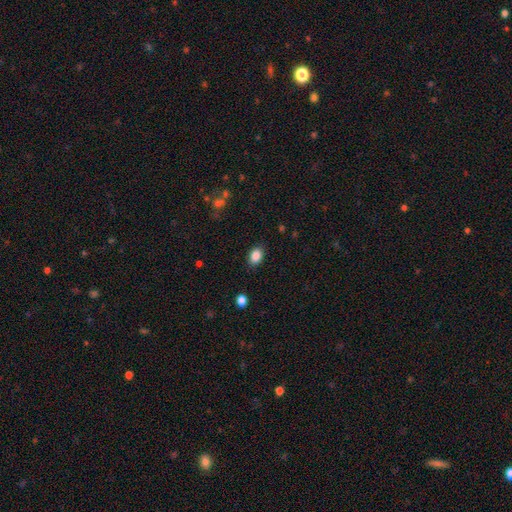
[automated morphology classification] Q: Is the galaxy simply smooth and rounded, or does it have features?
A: smooth — 87%.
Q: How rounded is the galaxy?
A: in between — 81%.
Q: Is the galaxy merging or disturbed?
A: none — 86%.